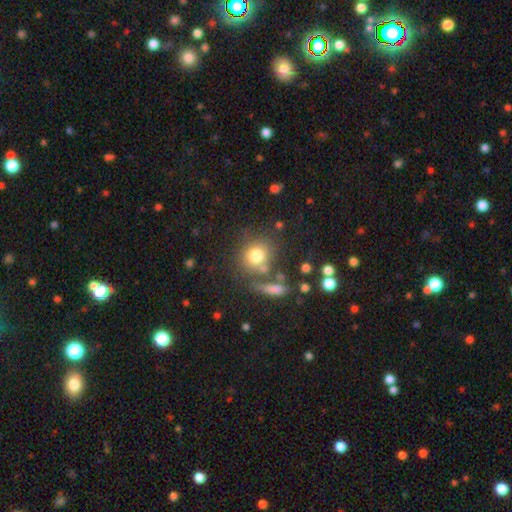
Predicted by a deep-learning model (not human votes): Overall: smooth (76%). How rounded: round (80%). Merging: none (64%).